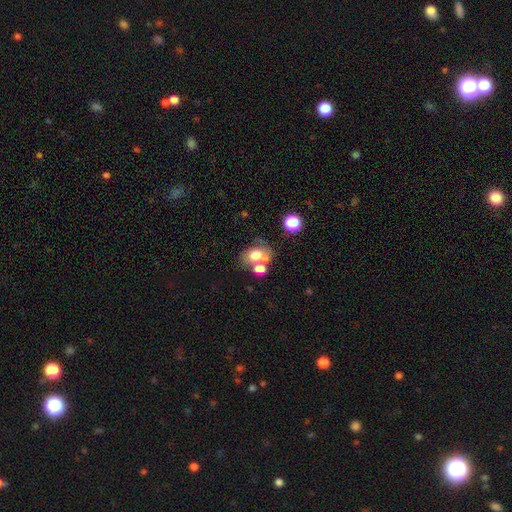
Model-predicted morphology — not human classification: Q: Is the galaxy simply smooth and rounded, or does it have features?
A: smooth — 62%.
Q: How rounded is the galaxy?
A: in between — 52%.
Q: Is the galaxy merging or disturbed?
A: merger — 44%.